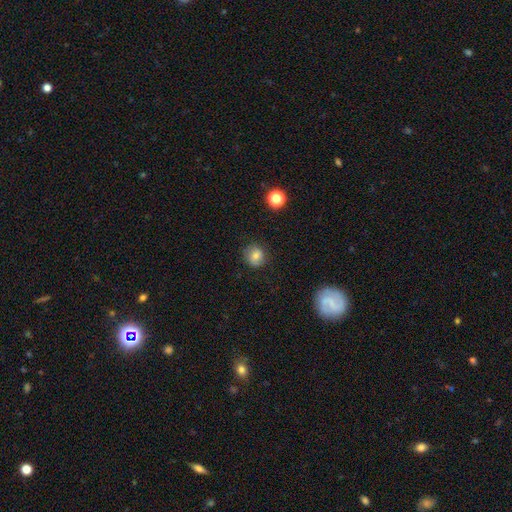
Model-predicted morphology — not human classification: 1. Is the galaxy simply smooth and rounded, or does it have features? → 73% smooth, 16% featured or disk, 12% star or artifact.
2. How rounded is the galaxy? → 84% round, 15% in between, 1% cigar-shaped.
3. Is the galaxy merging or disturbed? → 81% none, 14% minor disturbance, 4% major disturbance, 1% merger.